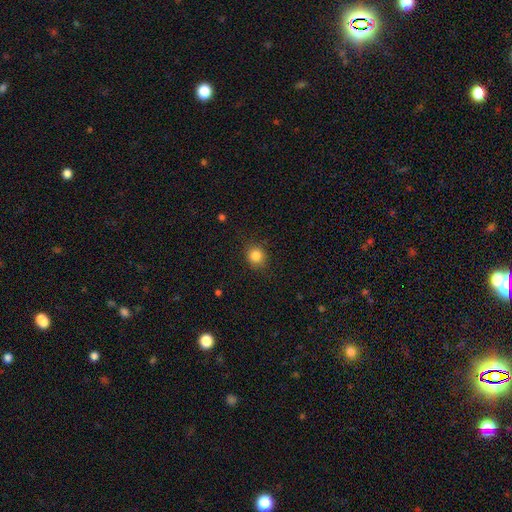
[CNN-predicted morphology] This is clearly a smooth galaxy (85%). How rounded: clearly round (82%). Merging: clearly none (84%).